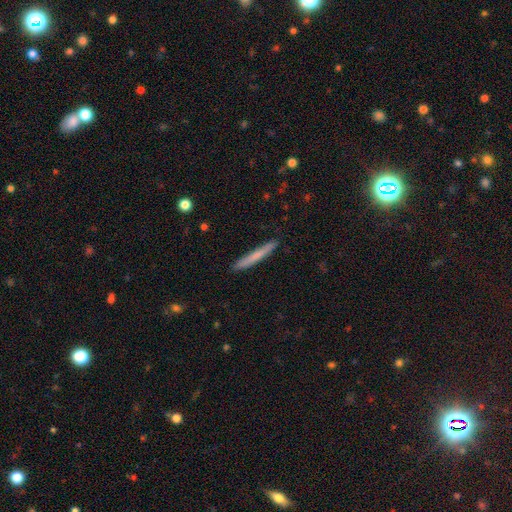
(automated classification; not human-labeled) Q: Smooth or featured?
A: smooth (69%); runner-up: featured or disk (26%)
Q: How rounded?
A: cigar-shaped (97%); runner-up: in between (2%)
Q: Merging?
A: none (91%); runner-up: minor disturbance (7%)